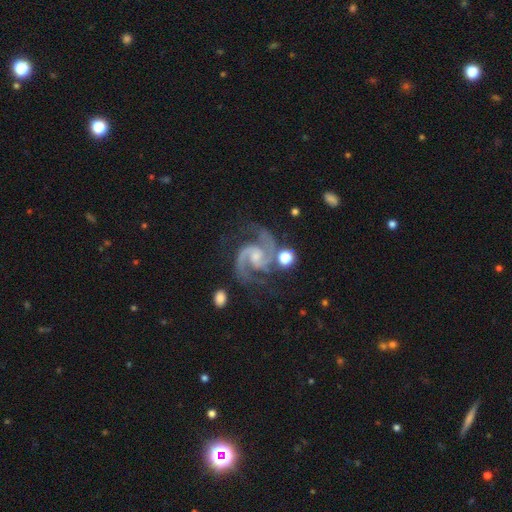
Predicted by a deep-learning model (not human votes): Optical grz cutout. It shows a featured or disk galaxy (93%) with no bar (49%), 2 (90%) medium (65%) spiral arms (99%) and a small central bulge (58%). Merging: none (67%).